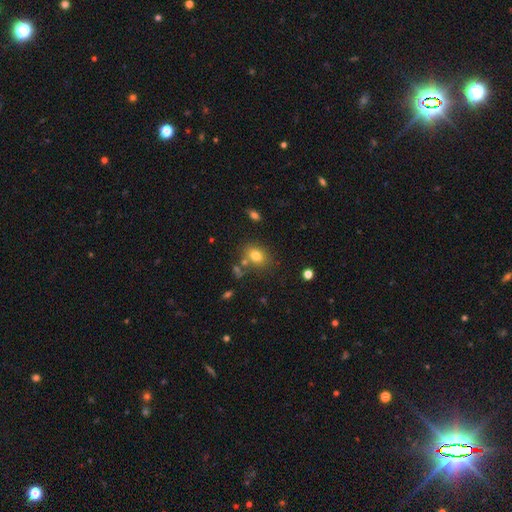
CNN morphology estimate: Smooth or featured? Predicted: smooth (p=0.76). How rounded? Predicted: in between (p=0.61). Merging? Predicted: none (p=0.68).